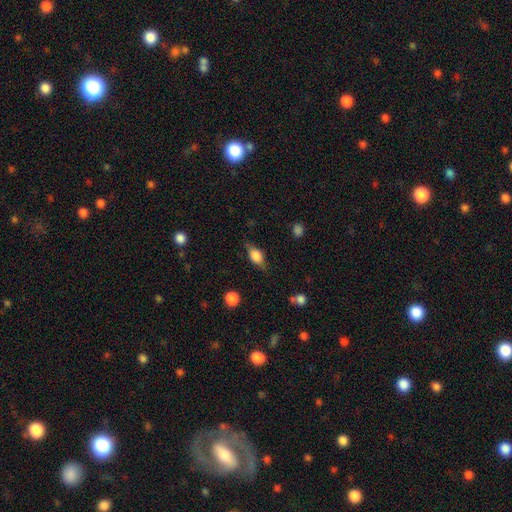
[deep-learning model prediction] A smooth galaxy with no disk features (64%) that is in between round and cigar-shaped (76%).

Vote fractions:
- Smooth or featured? smooth: 64% / featured or disk: 28% / star or artifact: 8%
- How rounded? in between: 76% / round: 12% / cigar-shaped: 11%
- Merging? none: 73% / minor disturbance: 19% / major disturbance: 6% / merger: 2%